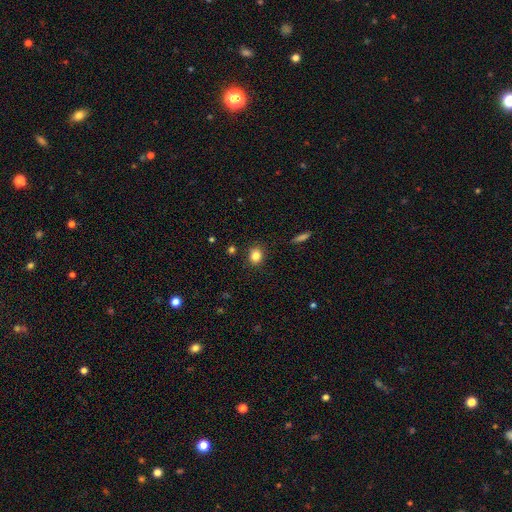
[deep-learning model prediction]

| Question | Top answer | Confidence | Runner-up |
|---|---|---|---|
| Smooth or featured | smooth | 84% | star or artifact (11%) |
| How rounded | round | 63% | in between (35%) |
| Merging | none | 87% | minor disturbance (9%) |